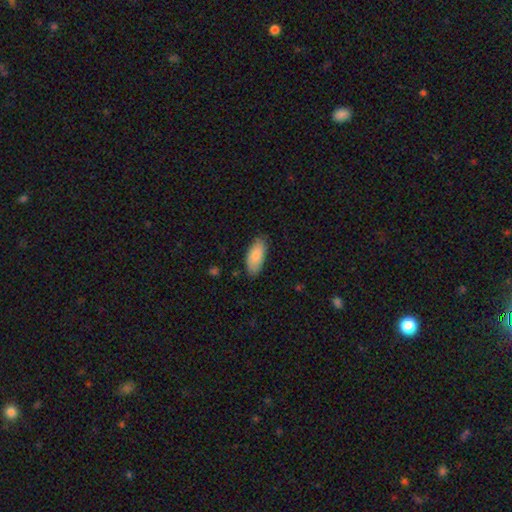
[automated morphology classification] Smooth or featured?
  - smooth: 84% *
  - featured or disk: 10%
  - star or artifact: 6%
How rounded?
  - in between: 89% *
  - cigar-shaped: 9%
  - round: 2%
Merging?
  - none: 79% *
  - minor disturbance: 17%
  - major disturbance: 3%
  - merger: 1%